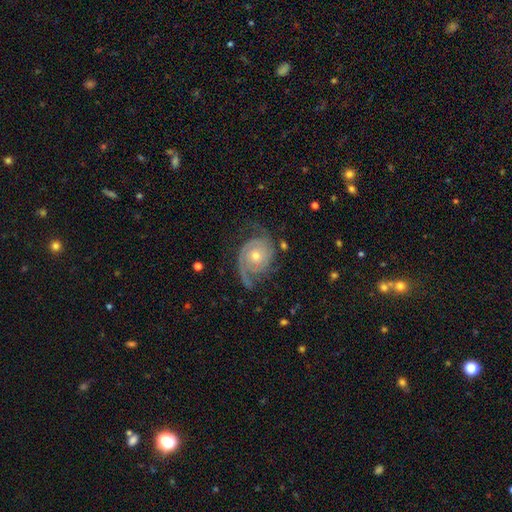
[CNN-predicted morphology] featured or disk 88%, smooth 7%, star or artifact 5%. Down the decision tree: edge-on disk — no (97%); bar — no (78%); spiral arms — yes (97%); spiral arm count — 2 (76%); spiral winding — tight (47%); bulge size — moderate (51%); merging — none (68%).